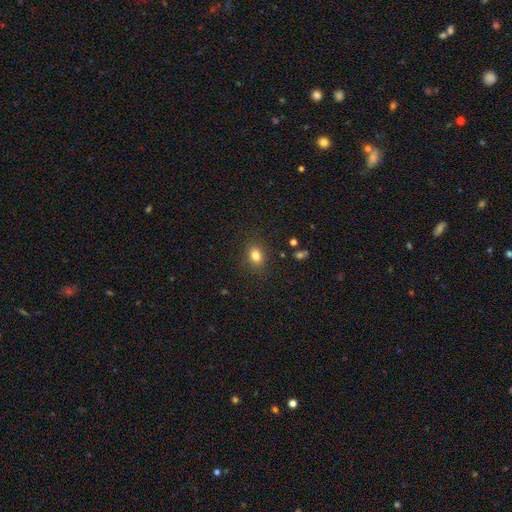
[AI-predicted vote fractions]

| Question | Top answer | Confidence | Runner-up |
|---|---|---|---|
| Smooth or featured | smooth | 81% | star or artifact (12%) |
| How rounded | in between | 62% | round (36%) |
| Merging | none | 86% | minor disturbance (10%) |